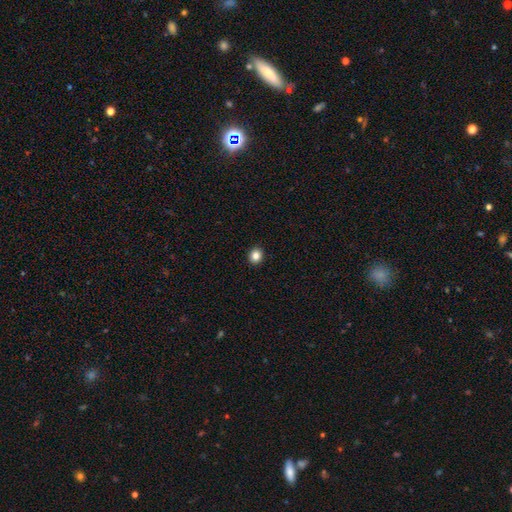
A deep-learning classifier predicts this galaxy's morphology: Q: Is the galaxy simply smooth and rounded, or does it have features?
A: smooth — 85%.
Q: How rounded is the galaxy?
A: round — 80%.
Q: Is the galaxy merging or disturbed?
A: none — 93%.